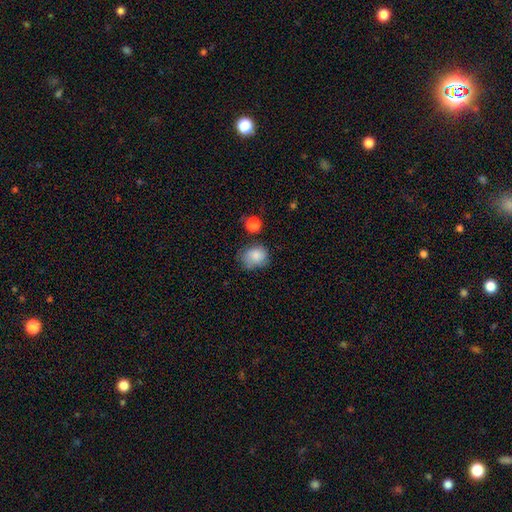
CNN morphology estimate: The model was most divided on "how rounded": round: 54%, in between: 45%, cigar-shaped: 1%. More confident: smooth or featured — smooth (83%); merging — none (57%).